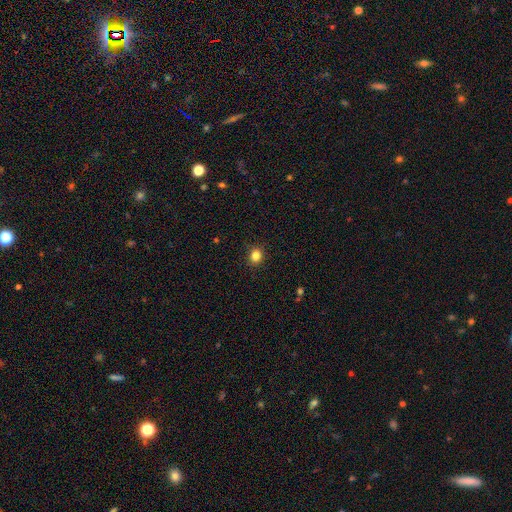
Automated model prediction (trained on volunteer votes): Smooth or featured? Predicted: smooth (p=0.84). How rounded? Predicted: round (p=0.75). Merging? Predicted: none (p=0.91).